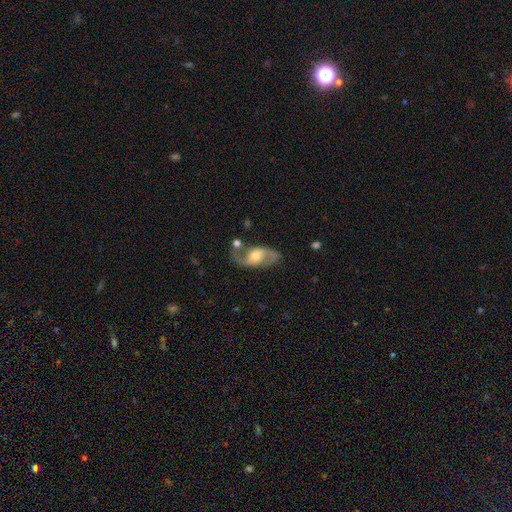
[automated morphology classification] This is likely a featured or disk galaxy (75%). It is clearly not viewed edge-on (94%). Bar: possibly no (55%). Spiral arm pattern: clearly yes (86%). Spiral arm count: clearly 2 (88%). Spiral winding: possibly loose (46%). Central bulge: likely moderate (63%). Merging: likely none (64%).